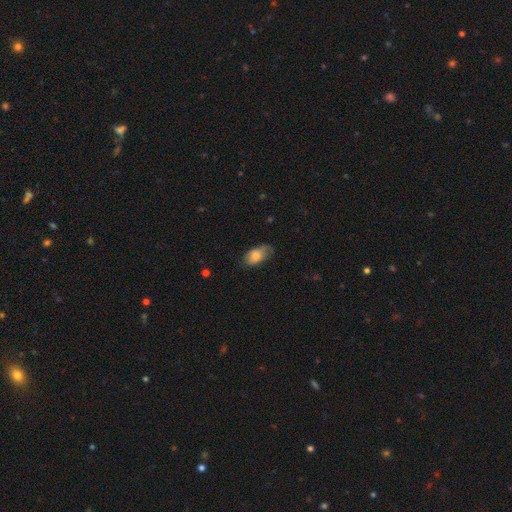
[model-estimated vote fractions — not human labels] Smooth or featured: smooth — 74% (featured or disk — 18%)
How rounded: in between — 91% (round — 6%)
Merging: none — 55% (minor disturbance — 33%)